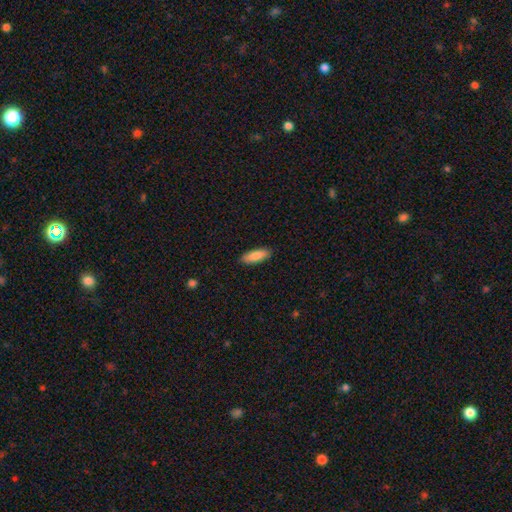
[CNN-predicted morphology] Smooth or featured? smooth (86%)
How rounded? in between (68%)
Merging? none (89%)